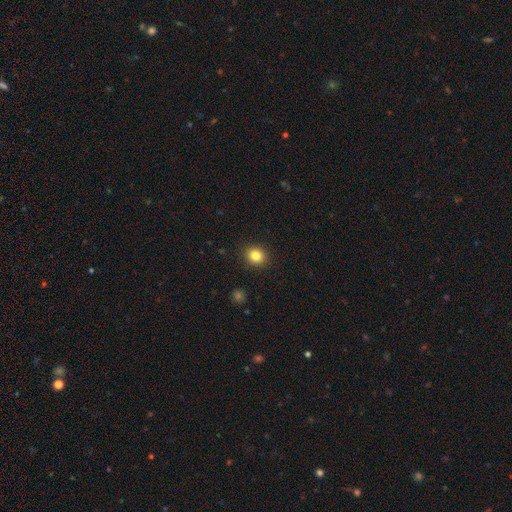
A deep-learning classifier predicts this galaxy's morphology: Smooth or featured? Predicted: smooth (p=0.83). How rounded? Predicted: round (p=0.78). Merging? Predicted: none (p=0.91).